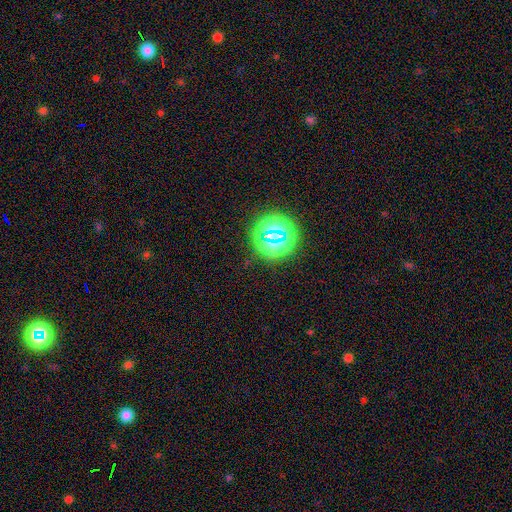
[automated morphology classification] This appears to be a star or artifact, not a galaxy (75%).